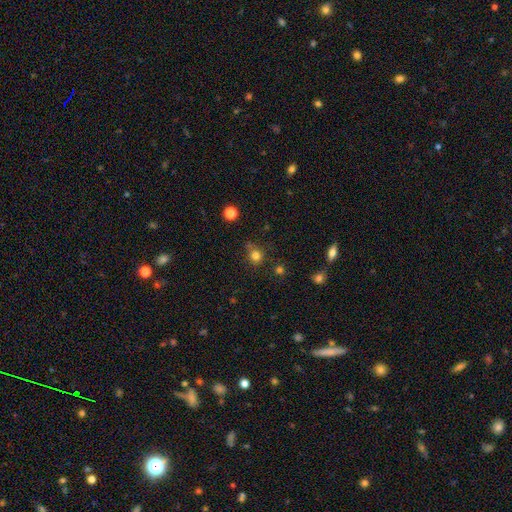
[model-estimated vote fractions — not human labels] This is likely a smooth galaxy (78%). How rounded: clearly round (85%). Merging: likely none (66%).